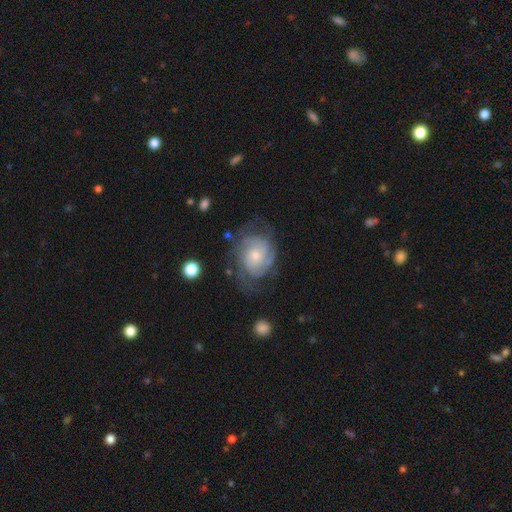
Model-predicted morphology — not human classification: smooth-or-featured: featured or disk: 73% | smooth: 20% | star or artifact: 6%
  disk-edge-on: no: 97% | yes: 3%
    bar: no: 76% | weak: 21% | strong: 3%
    has-spiral-arms: yes: 88% | no: 12%
      spiral-winding: tight: 54% | medium: 34% | loose: 12%
      spiral-arm-count: can't tell: 40% | 2: 25% | 3: 18% | 4: 7% | 1: 5% | more than 4: 4%
    bulge-size: moderate: 47% | small: 44% | large: 6% | none: 2% | dominant: 1%
  merging: none: 55% | minor disturbance: 24% | major disturbance: 19% | merger: 2%